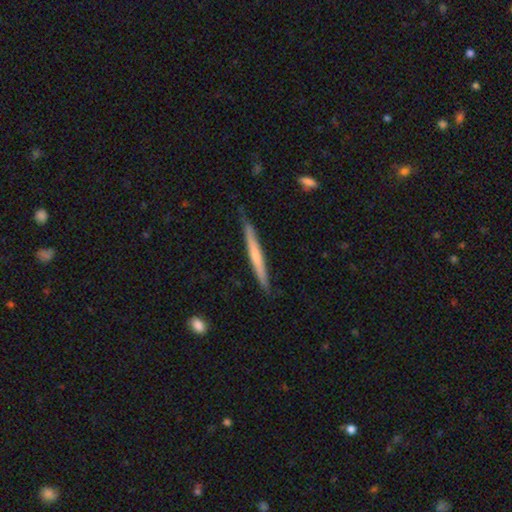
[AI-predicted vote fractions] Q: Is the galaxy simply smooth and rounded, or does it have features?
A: smooth — 48%.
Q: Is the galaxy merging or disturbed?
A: none — 84%.